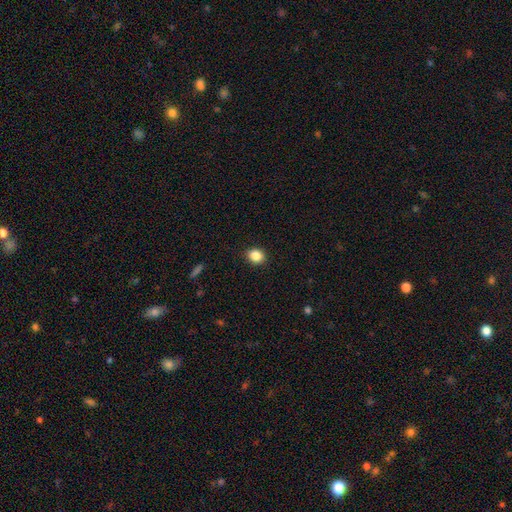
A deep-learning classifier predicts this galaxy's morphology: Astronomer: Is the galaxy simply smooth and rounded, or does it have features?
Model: smooth — 86%.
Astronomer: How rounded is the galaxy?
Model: round — 68%.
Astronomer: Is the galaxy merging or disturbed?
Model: none — 91%.